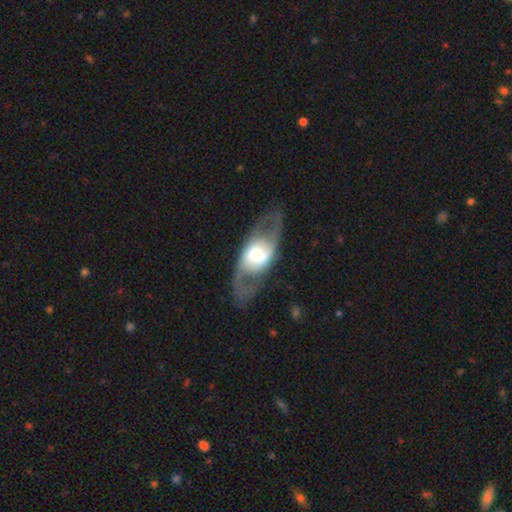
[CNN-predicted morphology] This is likely a featured or disk galaxy (75%). It is clearly not viewed edge-on (88%). Bar: possibly no (47%). Spiral arm pattern: likely yes (75%). Central bulge: possibly moderate (50%). Merging: likely none (73%).